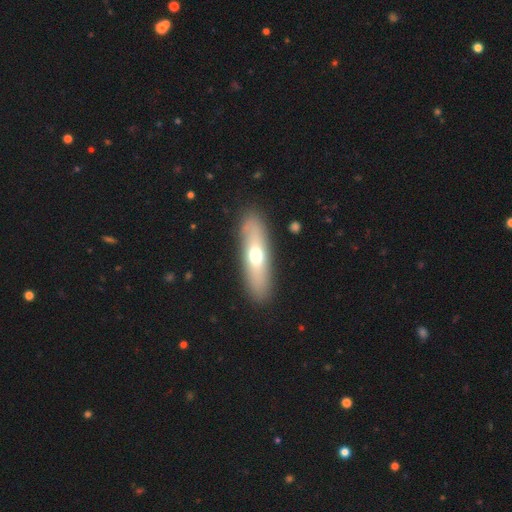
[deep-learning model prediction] The model was most divided on "how rounded": cigar-shaped: 58%, in between: 39%, round: 3%. More confident: merging — none (87%); smooth or featured — smooth (57%).